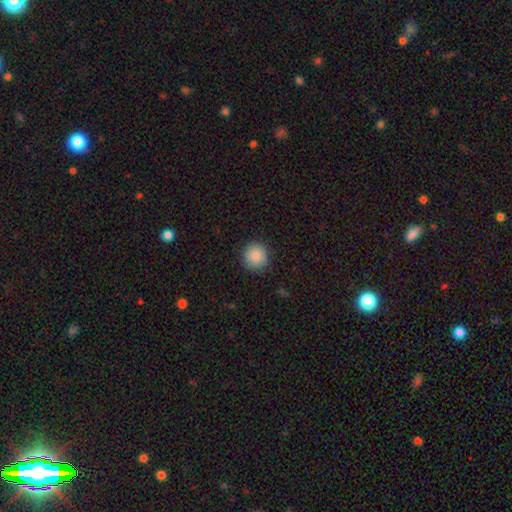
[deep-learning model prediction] The model was most divided on "smooth or featured": smooth: 88%, star or artifact: 9%, featured or disk: 4%. More confident: how rounded — round (93%); merging — none (90%).